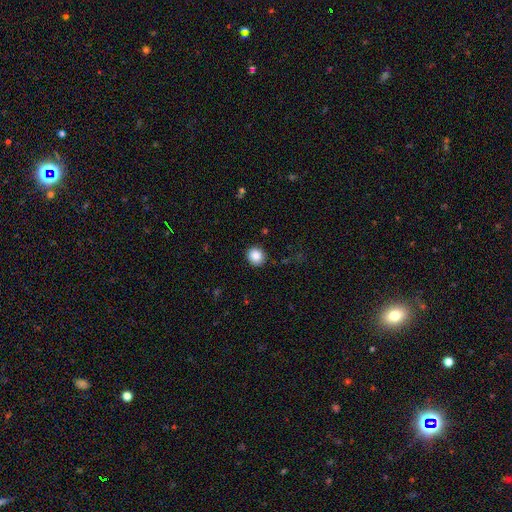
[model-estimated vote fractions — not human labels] Smooth or featured?
  - smooth: 87% *
  - star or artifact: 9%
  - featured or disk: 4%
How rounded?
  - round: 88% *
  - in between: 11%
  - cigar-shaped: 1%
Merging?
  - none: 90% *
  - minor disturbance: 7%
  - major disturbance: 2%
  - merger: 1%